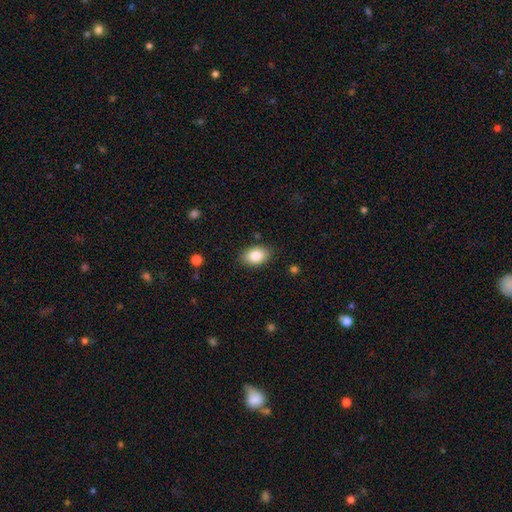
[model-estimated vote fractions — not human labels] Smooth or featured? smooth (85%)
How rounded? in between (87%)
Merging? none (85%)